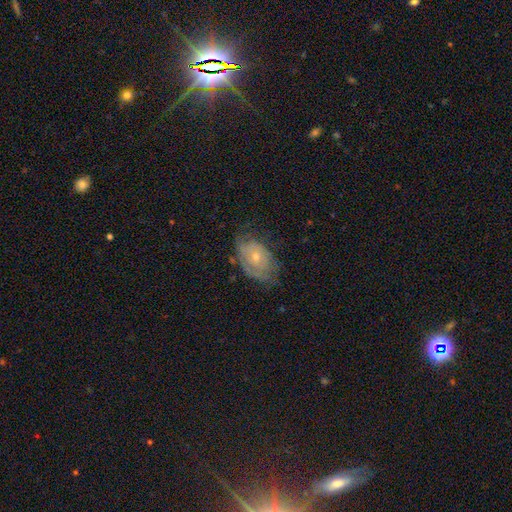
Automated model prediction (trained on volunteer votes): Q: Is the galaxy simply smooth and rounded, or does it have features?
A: featured or disk — 60%.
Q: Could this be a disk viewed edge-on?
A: no — 94%.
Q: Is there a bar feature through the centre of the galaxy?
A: no — 83%.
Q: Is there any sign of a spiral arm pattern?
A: yes — 68%.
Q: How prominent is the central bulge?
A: small — 56%.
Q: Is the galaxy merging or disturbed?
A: none — 59%.